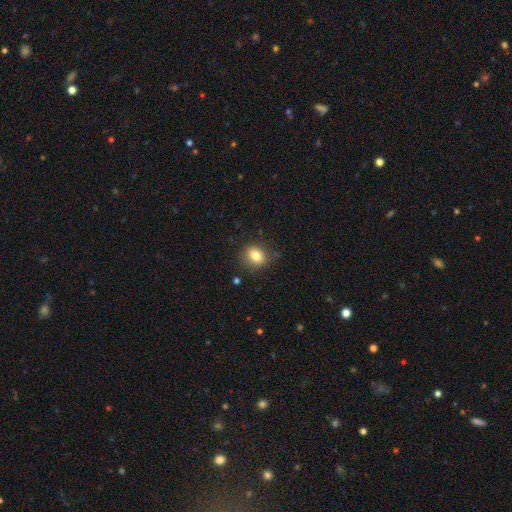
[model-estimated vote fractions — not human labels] smooth_or_featured: smooth (p=0.81) [alt: star or artifact p=0.10]
how_rounded: round (p=0.53) [alt: in between p=0.46]
merging: none (p=0.83) [alt: minor disturbance p=0.12]